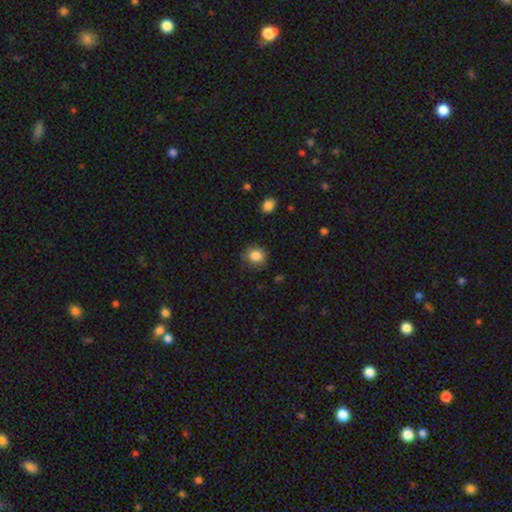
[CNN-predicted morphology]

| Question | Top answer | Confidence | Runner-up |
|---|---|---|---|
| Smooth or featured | smooth | 85% | star or artifact (10%) |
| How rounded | round | 79% | in between (20%) |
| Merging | none | 80% | minor disturbance (15%) |